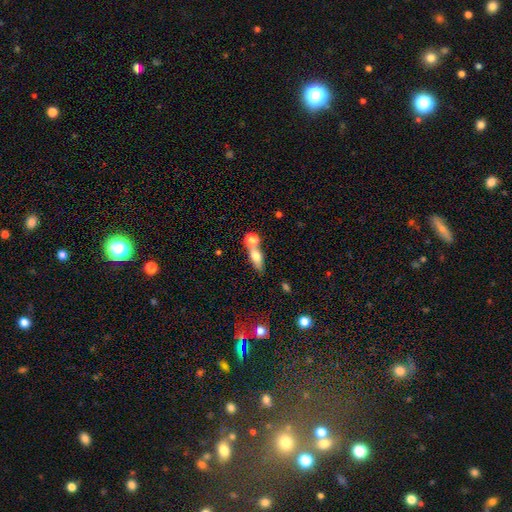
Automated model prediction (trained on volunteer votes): A smooth galaxy with no disk features (72%) that is in between round and cigar-shaped (62%). Merging: merger (43%).